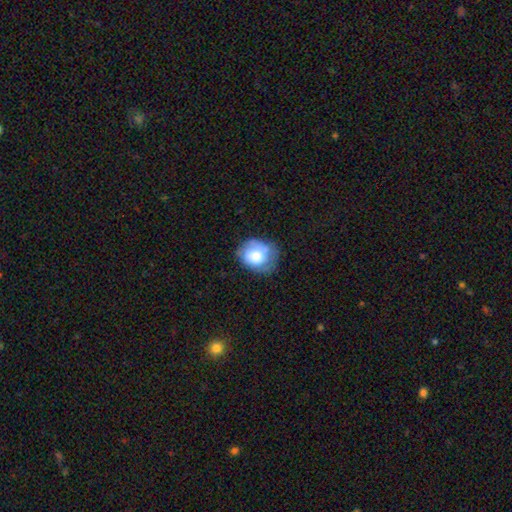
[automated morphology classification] This appears to be a smooth galaxy with no disk features (62%) that is round (59%). Merging: none (51%).